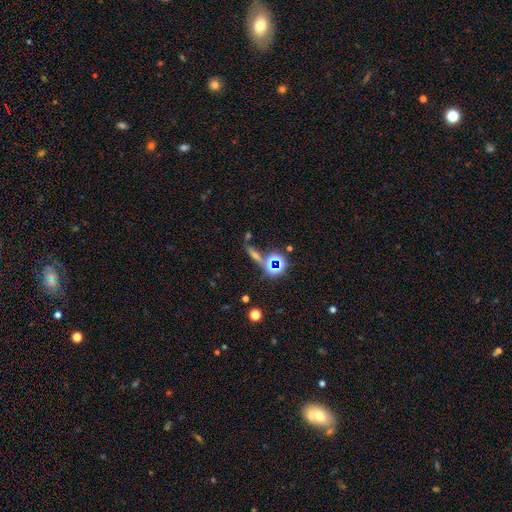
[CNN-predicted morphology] type=star or artifact (47%).